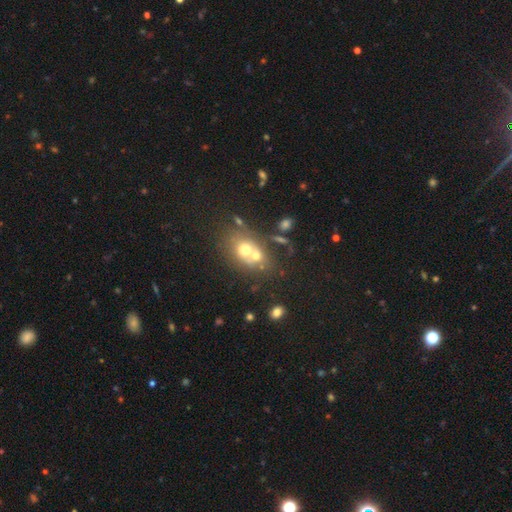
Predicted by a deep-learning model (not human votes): Smooth or featured: smooth — 59% (featured or disk — 28%)
How rounded: round — 56% (in between — 43%)
Merging: merger — 55% (none — 30%)